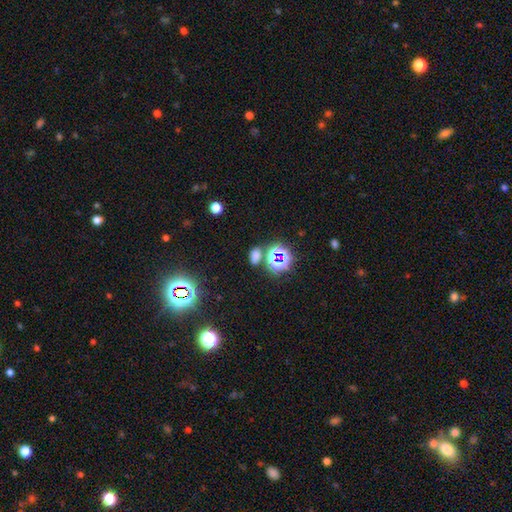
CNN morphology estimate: This appears to be a smooth galaxy with no disk features (55%) that is in between round and cigar-shaped (79%). Merging: none (70%).